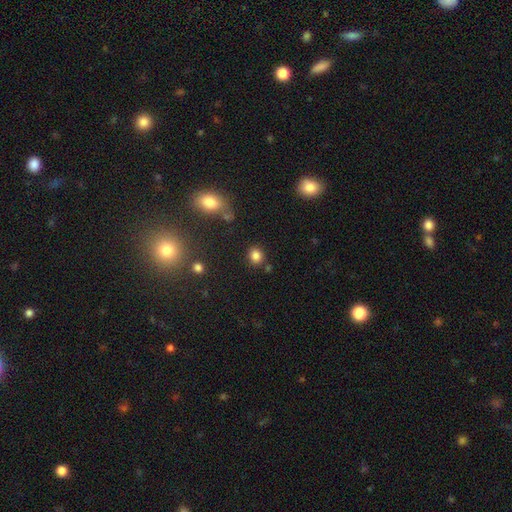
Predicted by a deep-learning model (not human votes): Smooth or featured? Predicted: smooth (p=0.82). How rounded? Predicted: round (p=0.72). Merging? Predicted: none (p=0.82).